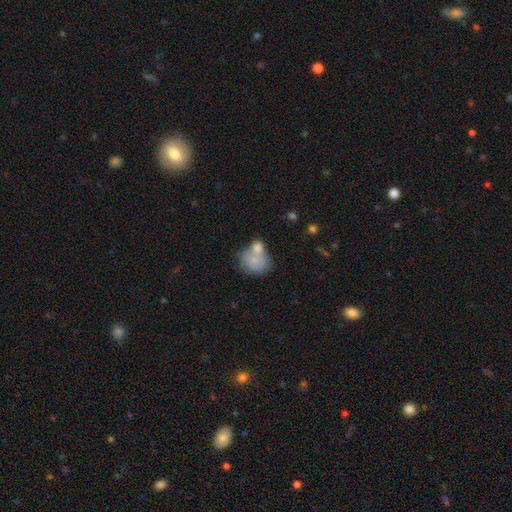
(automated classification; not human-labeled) Smooth or featured?
  - smooth: 65% *
  - featured or disk: 25%
  - star or artifact: 10%
How rounded?
  - round: 60% *
  - in between: 39%
  - cigar-shaped: 1%
Merging?
  - merger: 43% *
  - none: 32%
  - minor disturbance: 16%
  - major disturbance: 9%